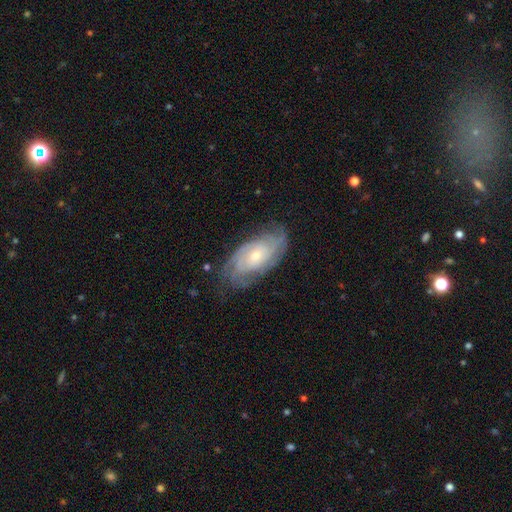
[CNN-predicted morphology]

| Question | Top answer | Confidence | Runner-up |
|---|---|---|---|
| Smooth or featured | featured or disk | 81% | smooth (13%) |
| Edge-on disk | no | 94% | yes (6%) |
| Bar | no | 72% | weak (23%) |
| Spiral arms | yes | 94% | no (6%) |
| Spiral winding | tight | 67% | medium (26%) |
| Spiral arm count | can't tell | 38% | 2 (24%) |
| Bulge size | small | 57% | moderate (39%) |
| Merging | none | 74% | minor disturbance (19%) |